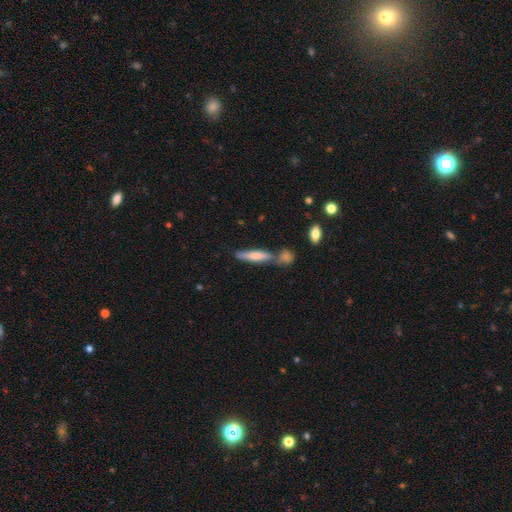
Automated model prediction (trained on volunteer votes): smooth_or_featured: smooth (p=0.56) [alt: featured or disk p=0.37]
how_rounded: cigar-shaped (p=0.86) [alt: in between p=0.12]
merging: none (p=0.63) [alt: merger p=0.20]